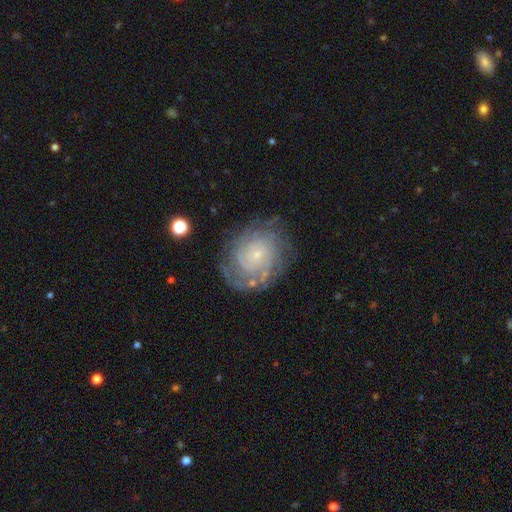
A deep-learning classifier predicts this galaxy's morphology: featured or disk 82%, smooth 11%, star or artifact 7%. Down the decision tree: edge-on disk — no (97%); bar — no (77%); spiral arms — yes (95%); spiral arm count — can't tell (38%); spiral winding — tight (77%); bulge size — small (83%); merging — none (75%).